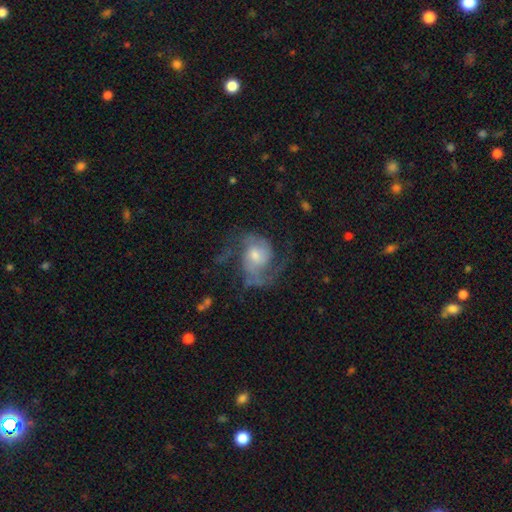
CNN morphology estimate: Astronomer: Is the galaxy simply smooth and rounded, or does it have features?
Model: featured or disk — 83%.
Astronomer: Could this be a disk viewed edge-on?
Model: no — 98%.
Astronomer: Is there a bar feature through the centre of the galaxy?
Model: no — 64%.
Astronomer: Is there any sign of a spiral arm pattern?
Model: yes — 94%.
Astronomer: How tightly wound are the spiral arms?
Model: medium — 50% (runner-up: loose, 31%).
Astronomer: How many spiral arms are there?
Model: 2 — 74%.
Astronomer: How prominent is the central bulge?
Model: moderate — 47% (runner-up: small, 40%).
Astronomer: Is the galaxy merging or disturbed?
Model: none — 57%.